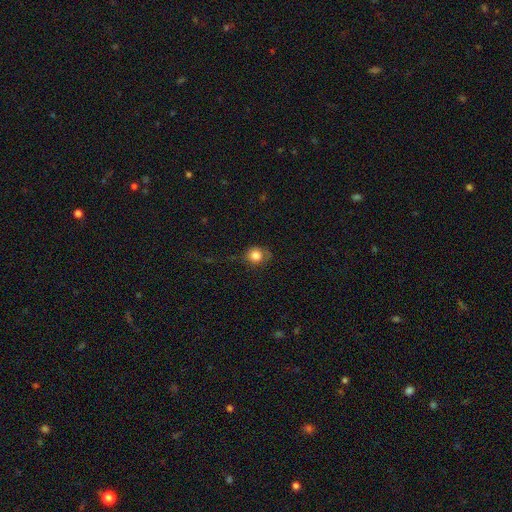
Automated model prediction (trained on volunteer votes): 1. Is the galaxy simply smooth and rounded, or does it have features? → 81% smooth, 10% star or artifact, 9% featured or disk.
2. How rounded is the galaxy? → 80% round, 19% in between, 1% cigar-shaped.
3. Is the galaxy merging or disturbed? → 63% none, 25% minor disturbance, 11% major disturbance, 2% merger.